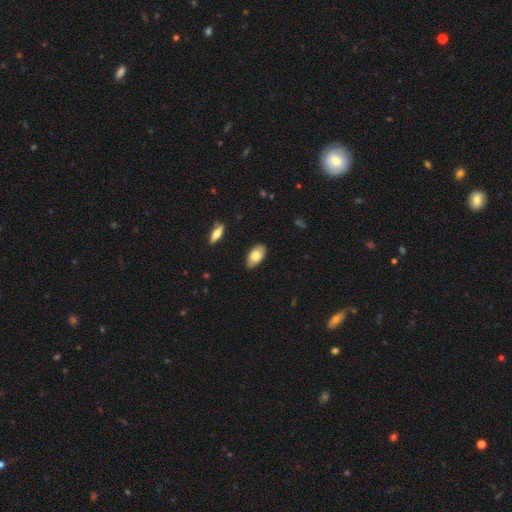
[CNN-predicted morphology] smooth-or-featured: smooth: 79% | featured or disk: 15% | star or artifact: 6%
  how-rounded: in between: 94% | round: 3% | cigar-shaped: 2%
  merging: none: 86% | minor disturbance: 11% | major disturbance: 2% | merger: 1%